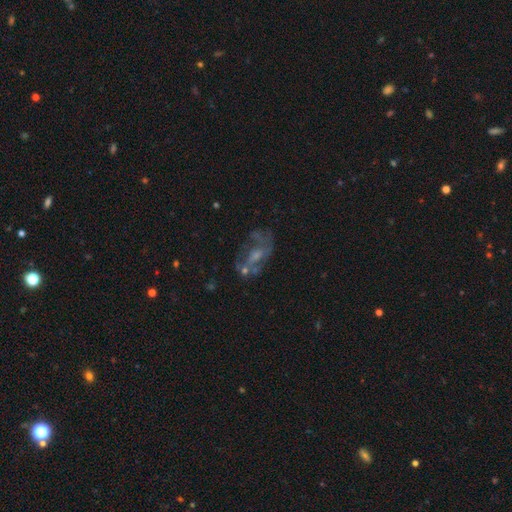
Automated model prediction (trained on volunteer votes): Overall: featured or disk (68%). Edge-on disk: no (95%). Bar: no (55%; weak 36%). Spiral arms: yes (61%; no 39%). Bulge size: small (42%; moderate 36%). Merging: none (46%; major disturbance 22%).